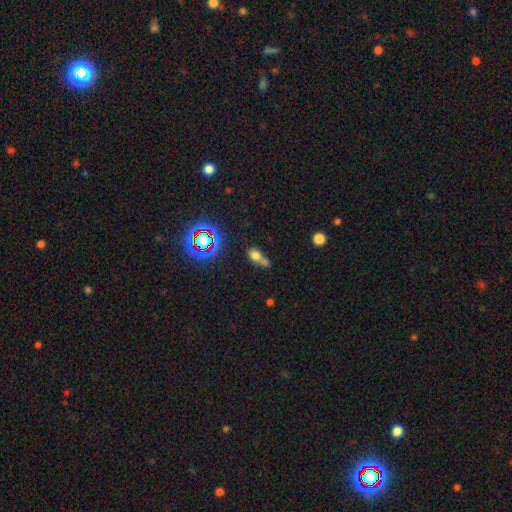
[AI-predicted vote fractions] This appears to be a smooth galaxy with no disk features (66%) that is in between round and cigar-shaped (61%). Merging: merger (49%).